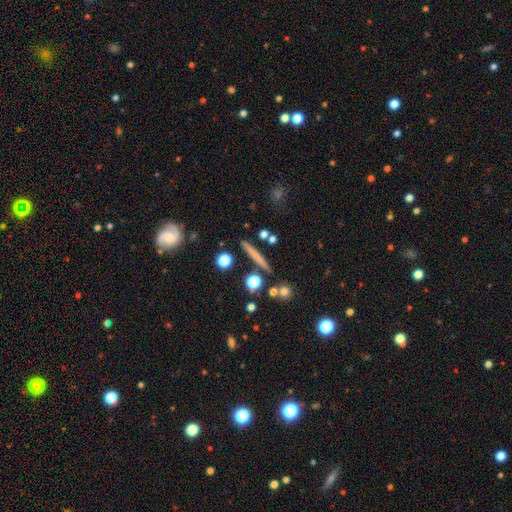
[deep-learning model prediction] smooth-or-featured: smooth: 55% | featured or disk: 35% | star or artifact: 9%
  how-rounded: cigar-shaped: 90% | round: 5% | in between: 4%
  merging: none: 85% | minor disturbance: 8% | merger: 4% | major disturbance: 2%